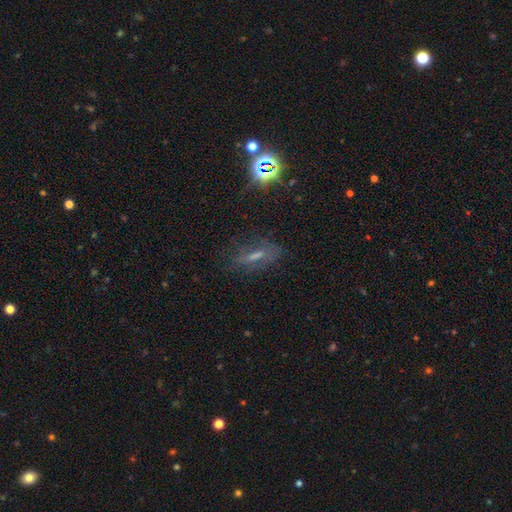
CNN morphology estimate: This appears to be a featured or disk galaxy (37%). Merging: none (71%).